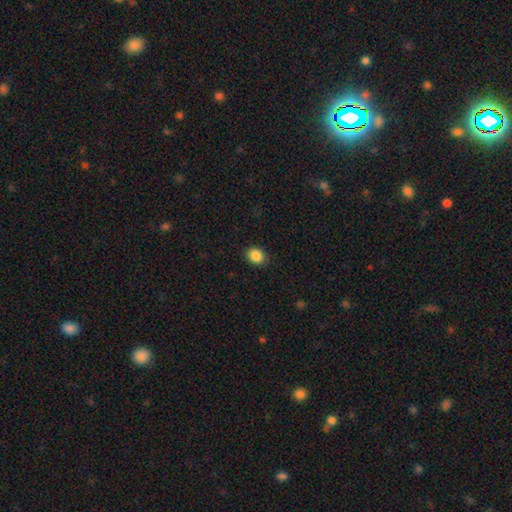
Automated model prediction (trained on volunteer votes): Smooth or featured: smooth — 87% (star or artifact — 9%)
How rounded: in between — 57% (round — 42%)
Merging: none — 88% (minor disturbance — 9%)